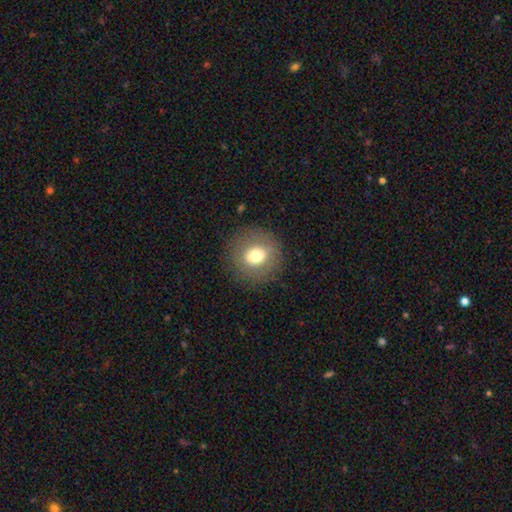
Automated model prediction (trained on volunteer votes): smooth-or-featured: smooth: 69% | featured or disk: 20% | star or artifact: 11%
  how-rounded: round: 90% | in between: 10% | cigar-shaped: 1%
  merging: none: 86% | minor disturbance: 8% | major disturbance: 4% | merger: 1%